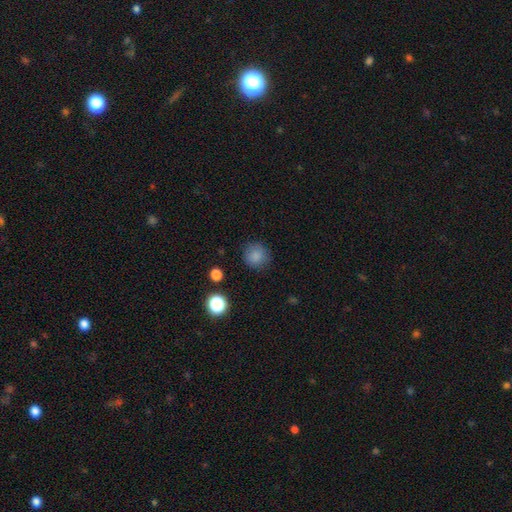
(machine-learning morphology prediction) Smooth or featured? Predicted: smooth (p=0.85). How rounded? Predicted: round (p=0.92). Merging? Predicted: none (p=0.86).